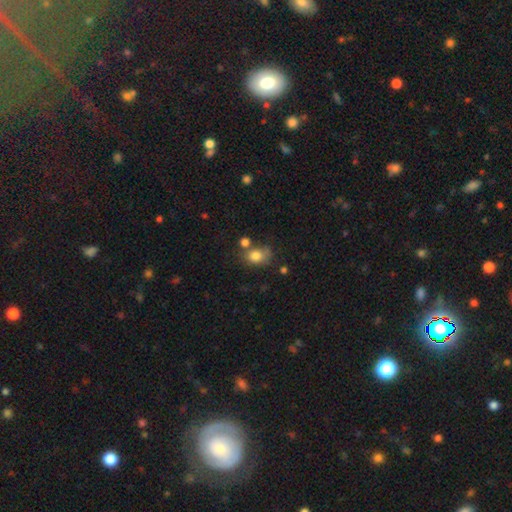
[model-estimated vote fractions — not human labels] Q: Smooth or featured?
A: smooth (80%); runner-up: star or artifact (10%)
Q: How rounded?
A: in between (55%); runner-up: round (44%)
Q: Merging?
A: none (47%); runner-up: minor disturbance (22%)